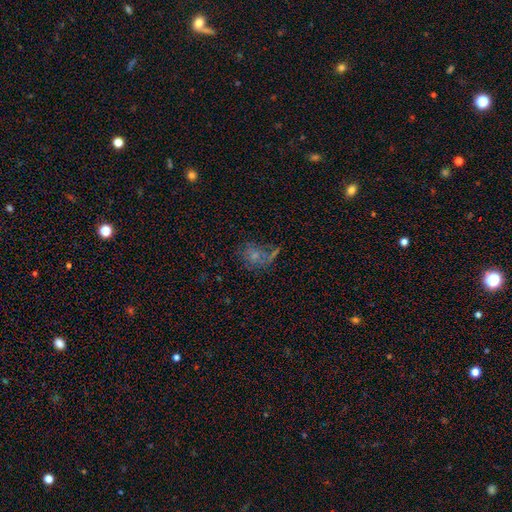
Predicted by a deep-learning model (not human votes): Smooth or featured? smooth (47%)
Merging? none (50%)